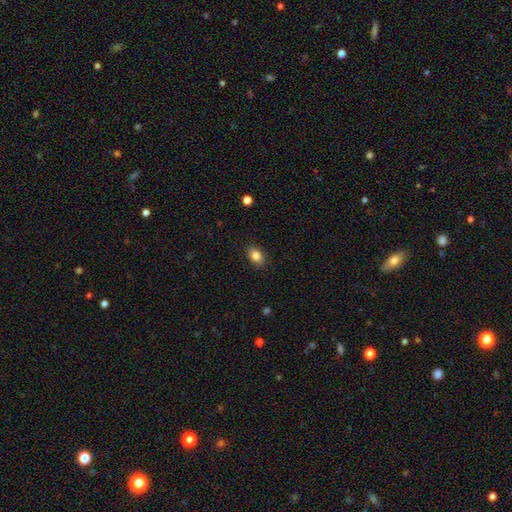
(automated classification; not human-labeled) smooth_or_featured: smooth (p=0.85) [alt: star or artifact p=0.09]
how_rounded: in between (p=0.77) [alt: round p=0.22]
merging: none (p=0.87) [alt: minor disturbance p=0.10]